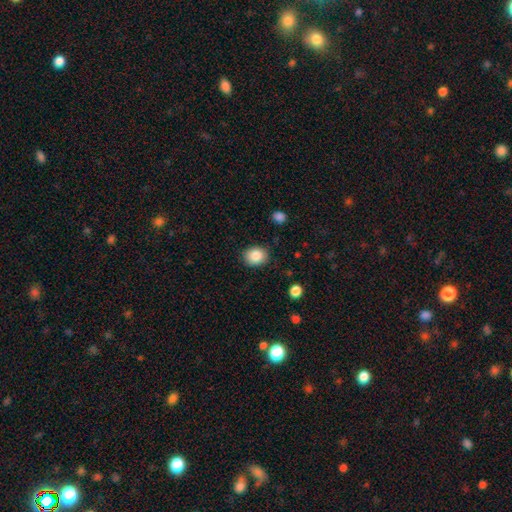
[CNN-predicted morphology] The model was most divided on "how rounded": round: 59%, in between: 40%, cigar-shaped: 1%. More confident: merging — none (87%); smooth or featured — smooth (86%).